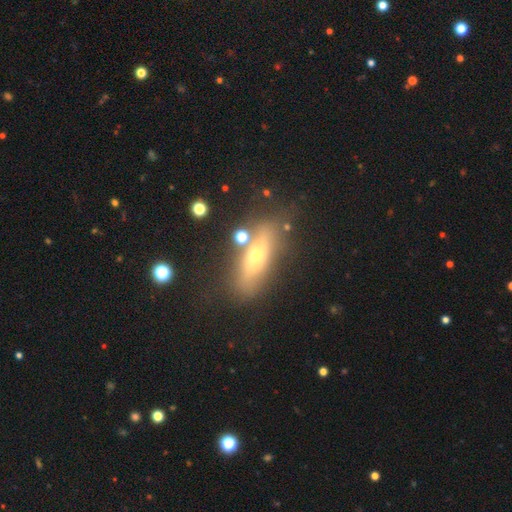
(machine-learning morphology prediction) A smooth galaxy with no disk features (49%). Merging: none (72%).